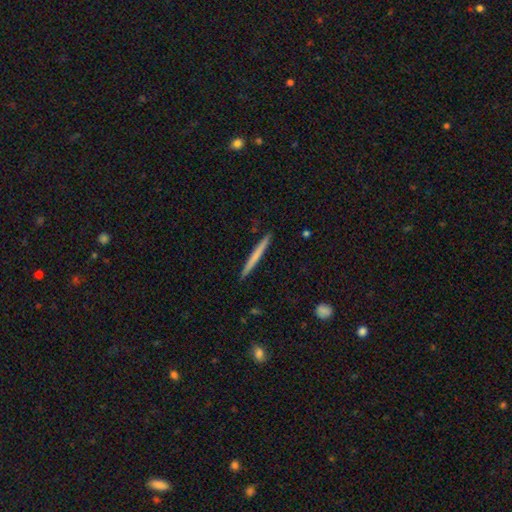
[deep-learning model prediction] Smooth or featured? smooth (61%)
How rounded? cigar-shaped (97%)
Merging? none (93%)